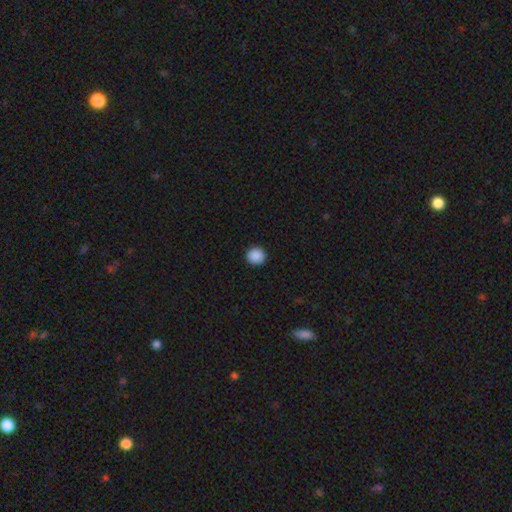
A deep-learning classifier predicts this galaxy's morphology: Smooth or featured?
  - smooth: 89% *
  - star or artifact: 8%
  - featured or disk: 2%
How rounded?
  - round: 92% *
  - in between: 7%
  - cigar-shaped: 1%
Merging?
  - none: 93% *
  - minor disturbance: 5%
  - major disturbance: 2%
  - merger: 1%